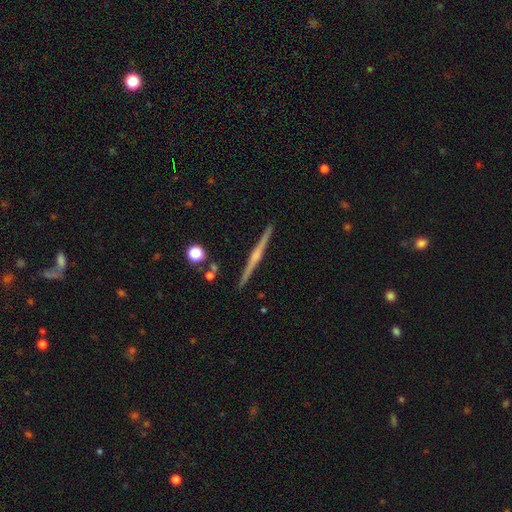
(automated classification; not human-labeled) Smooth or featured?
  - featured or disk: 82% *
  - smooth: 13%
  - star or artifact: 5%
Edge-on disk?
  - yes: 99% *
  - no: 1%
Edge-on bulge?
  - rounded: 75% *
  - none: 16%
  - boxy: 9%
Merging?
  - none: 93% *
  - minor disturbance: 5%
  - merger: 1%
  - major disturbance: 1%